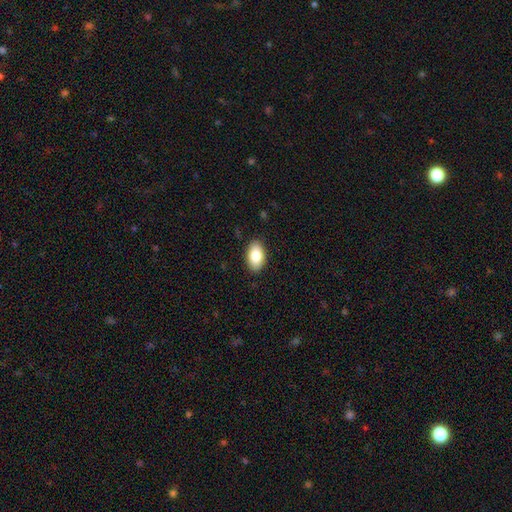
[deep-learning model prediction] Smooth or featured? smooth (83%)
How rounded? in between (93%)
Merging? none (88%)